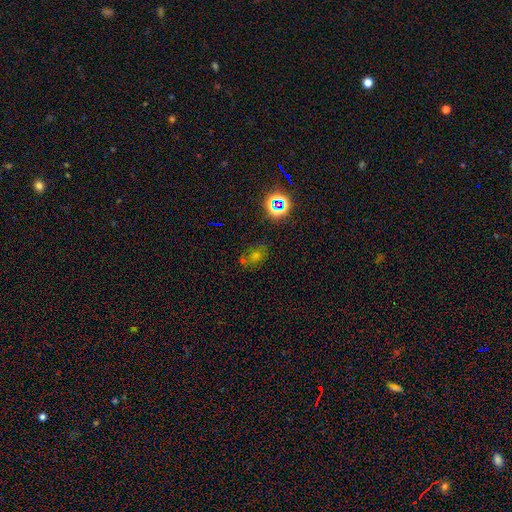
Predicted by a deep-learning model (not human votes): Overall: smooth (46%; star or artifact 42%). Merging: none (68%).